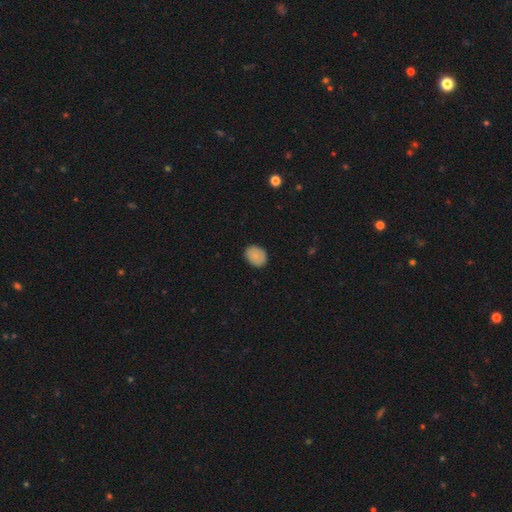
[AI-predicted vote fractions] A smooth galaxy with no disk features (83%) that is in between round and cigar-shaped (57%).

Vote fractions:
- Smooth or featured? smooth: 83% / featured or disk: 9% / star or artifact: 8%
- How rounded? in between: 57% / round: 43% / cigar-shaped: 1%
- Merging? none: 86% / minor disturbance: 11% / major disturbance: 2% / merger: 1%